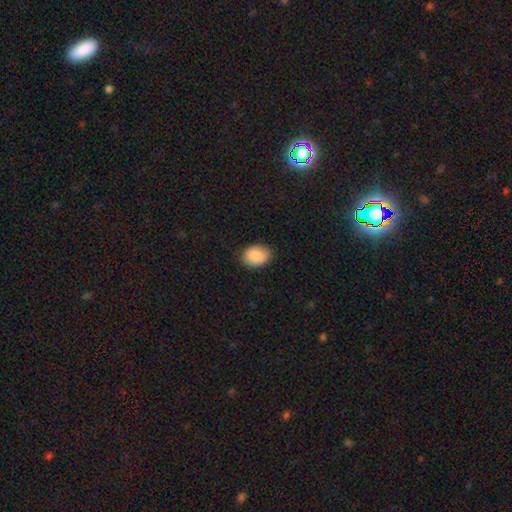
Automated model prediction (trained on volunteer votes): Smooth or featured? Predicted: smooth (p=0.86). How rounded? Predicted: in between (p=0.75). Merging? Predicted: none (p=0.81).